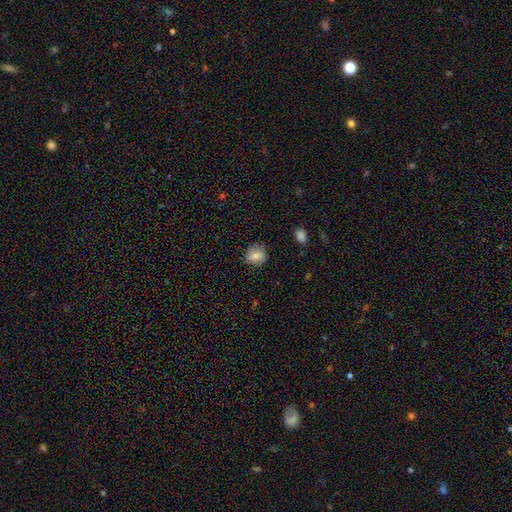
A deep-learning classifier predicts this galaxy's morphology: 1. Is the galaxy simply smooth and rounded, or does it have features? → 80% smooth, 10% featured or disk, 10% star or artifact.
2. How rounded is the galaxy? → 80% round, 19% in between, 1% cigar-shaped.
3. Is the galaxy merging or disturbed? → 79% none, 17% minor disturbance, 3% major disturbance, 1% merger.